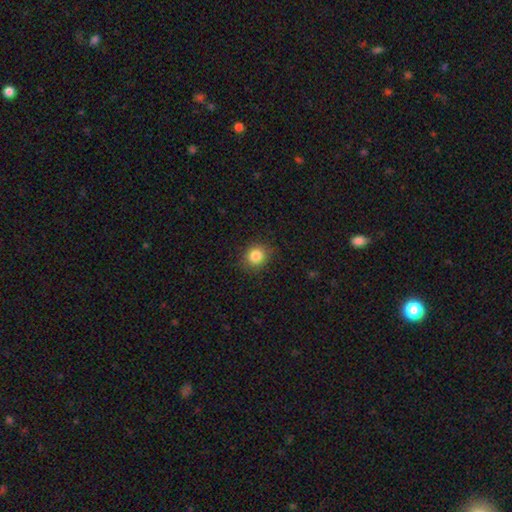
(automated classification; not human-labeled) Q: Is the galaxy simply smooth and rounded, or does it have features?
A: smooth — 84%.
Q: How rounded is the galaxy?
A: round — 83%.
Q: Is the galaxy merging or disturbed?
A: none — 86%.